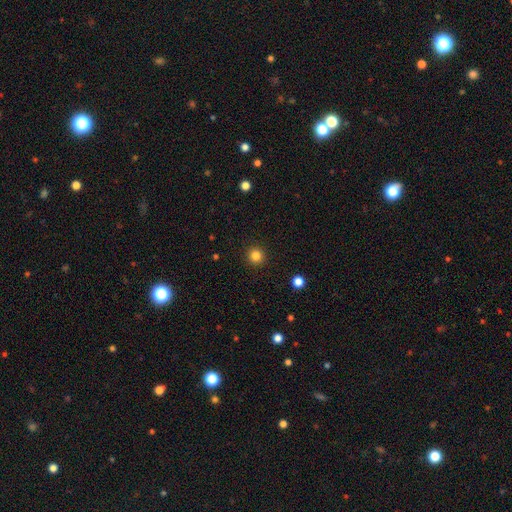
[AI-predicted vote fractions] A smooth galaxy with no disk features (83%) that is round (95%). Merging: none (93%).